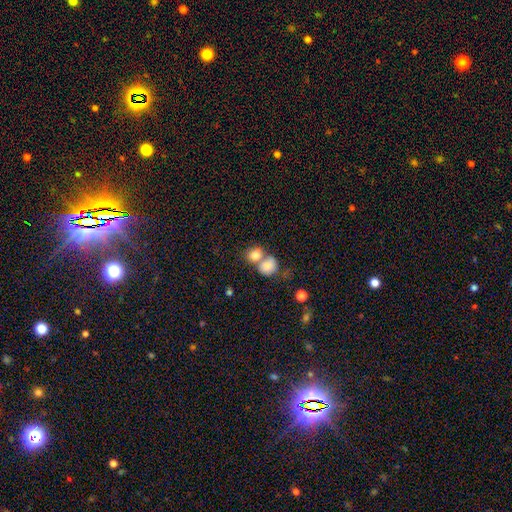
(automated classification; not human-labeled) Overall: smooth (79%). How rounded: round (70%). Merging: merger (57%; none 32%).